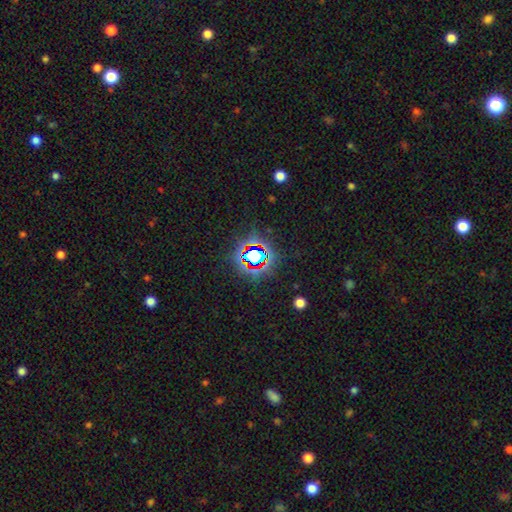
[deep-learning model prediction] Smooth or featured? Predicted: star or artifact (p=0.75).